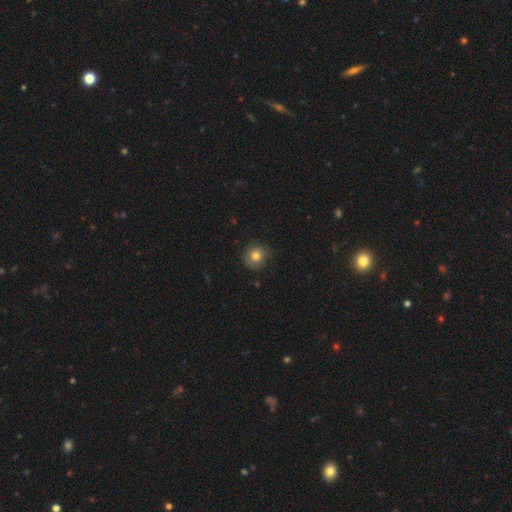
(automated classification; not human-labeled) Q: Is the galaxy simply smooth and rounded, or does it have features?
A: smooth — 81%.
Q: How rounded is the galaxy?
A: round — 84%.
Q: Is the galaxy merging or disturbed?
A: none — 83%.